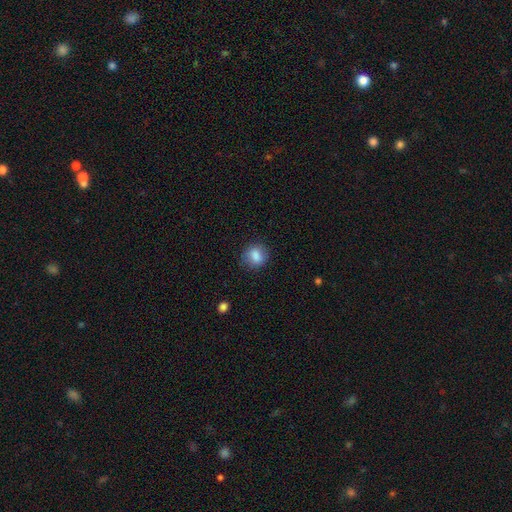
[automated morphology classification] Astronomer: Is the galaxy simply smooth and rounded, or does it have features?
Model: smooth — 84%.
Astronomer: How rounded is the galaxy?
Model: round — 68%.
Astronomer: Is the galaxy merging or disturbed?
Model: none — 81%.